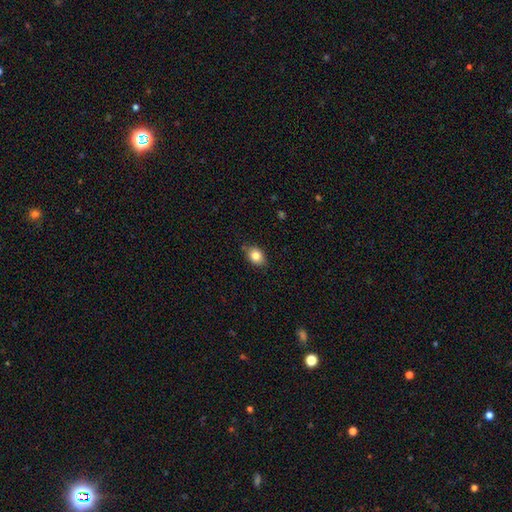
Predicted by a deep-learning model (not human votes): smooth_or_featured: smooth (p=0.83) [alt: star or artifact p=0.09]
how_rounded: in between (p=0.64) [alt: round p=0.34]
merging: none (p=0.80) [alt: minor disturbance p=0.16]